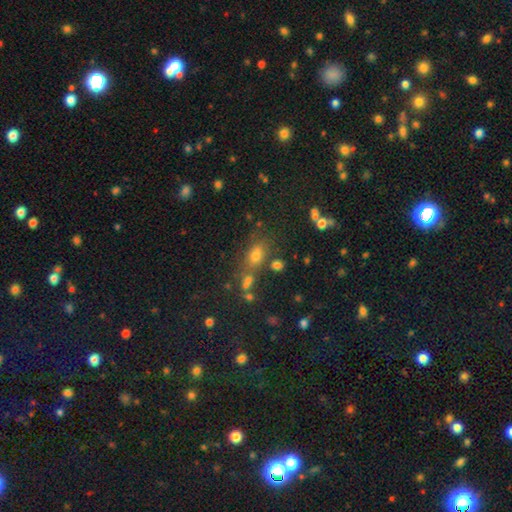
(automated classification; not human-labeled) The model was most divided on "smooth or featured": smooth: 61%, star or artifact: 27%, featured or disk: 11%. More confident: how rounded — in between (66%); merging — none (65%).